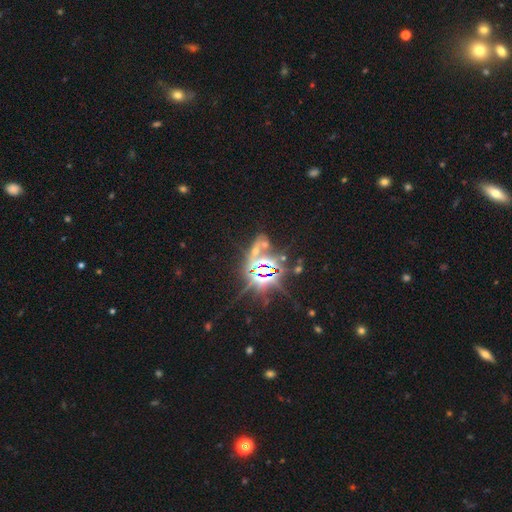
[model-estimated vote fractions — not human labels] smooth_or_featured: star or artifact (p=0.80) [alt: featured or disk p=0.12]